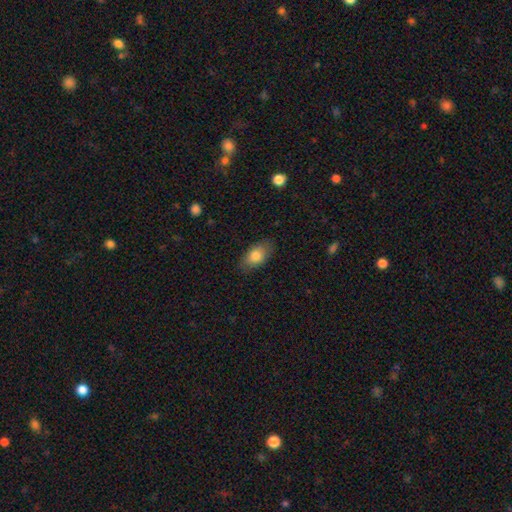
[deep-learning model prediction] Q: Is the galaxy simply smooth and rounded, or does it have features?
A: smooth — 81%.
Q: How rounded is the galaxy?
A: in between — 89%.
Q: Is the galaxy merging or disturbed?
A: none — 83%.